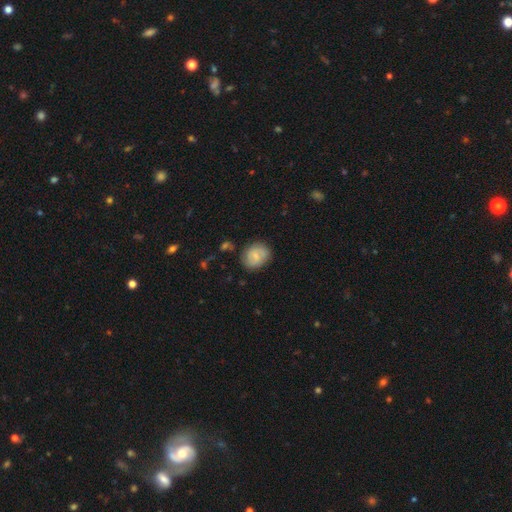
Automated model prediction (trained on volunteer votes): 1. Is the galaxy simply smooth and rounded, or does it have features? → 64% smooth, 28% featured or disk, 8% star or artifact.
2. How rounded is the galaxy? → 60% round, 39% in between, 1% cigar-shaped.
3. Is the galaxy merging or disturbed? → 77% none, 16% minor disturbance, 4% major disturbance, 3% merger.